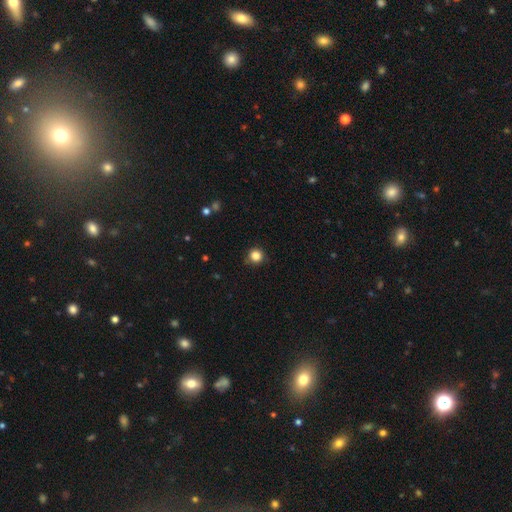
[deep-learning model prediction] smooth-or-featured: smooth: 84% | star or artifact: 12% | featured or disk: 4%
  how-rounded: round: 94% | in between: 5% | cigar-shaped: 1%
  merging: none: 86% | minor disturbance: 11% | major disturbance: 2% | merger: 1%